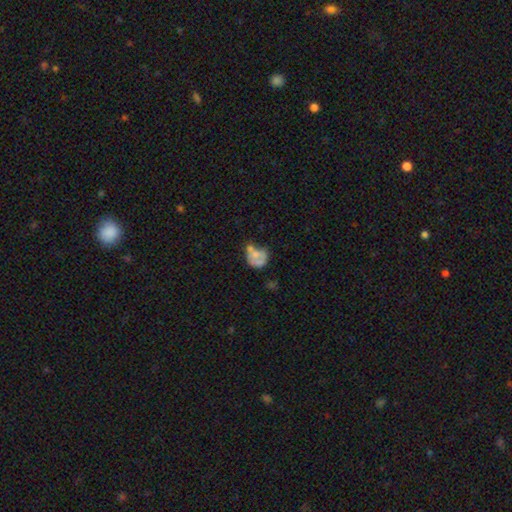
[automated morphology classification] A smooth galaxy with no disk features (53%) that is round (59%). Merging: merger (33%).